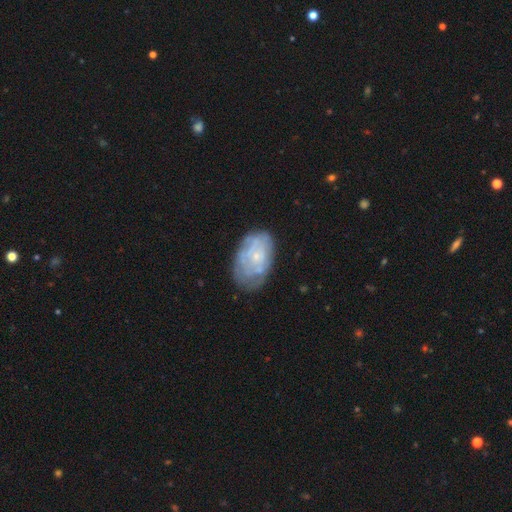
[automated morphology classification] The model was most divided on "spiral arms": no: 53%, yes: 47%. More confident: edge-on disk — no (96%); bar — no (84%); bulge size — small (74%); smooth or featured — featured or disk (61%); merging — none (59%).